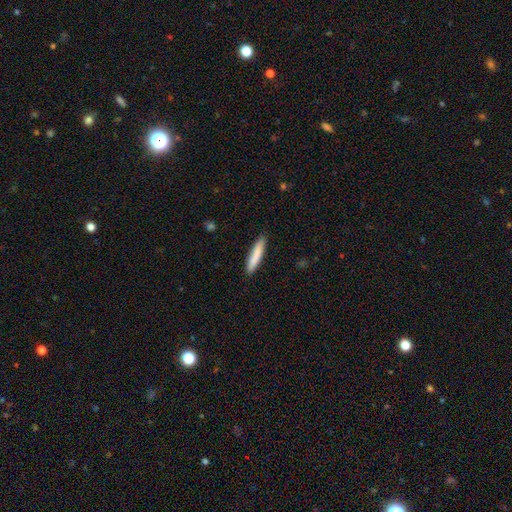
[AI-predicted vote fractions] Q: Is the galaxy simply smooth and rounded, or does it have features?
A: smooth — 83%.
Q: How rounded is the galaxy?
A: cigar-shaped — 89%.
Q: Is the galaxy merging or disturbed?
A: none — 89%.